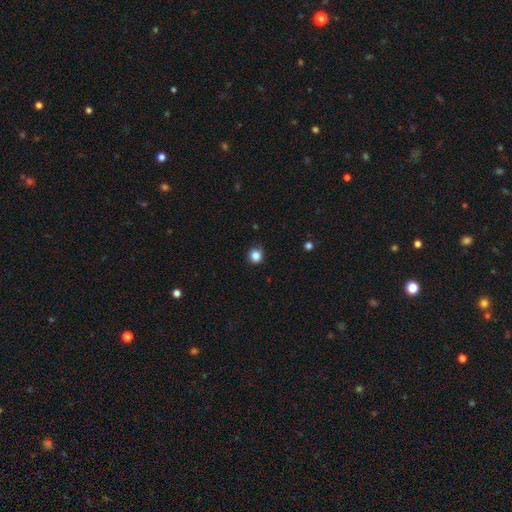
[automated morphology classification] Smooth or featured: smooth — 83% (star or artifact — 12%)
How rounded: round — 88% (in between — 11%)
Merging: none — 86% (minor disturbance — 11%)